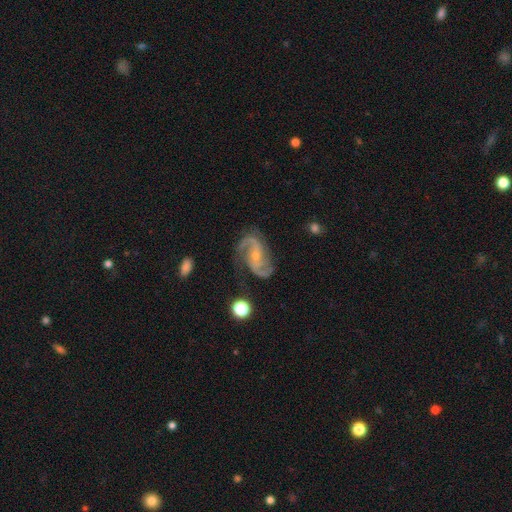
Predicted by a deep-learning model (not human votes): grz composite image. It shows a featured or disk galaxy (91%) with no bar (52%), 2 (85%) medium (53%) spiral arms (98%) and a small central bulge (65%). Merging: none (74%).